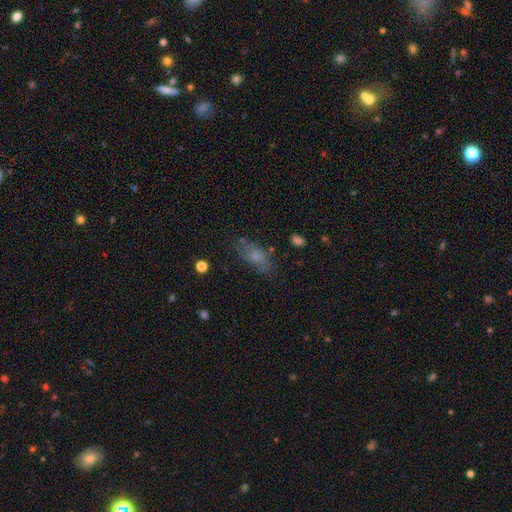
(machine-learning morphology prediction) Smooth or featured? Predicted: smooth (p=0.64). How rounded? Predicted: in between (p=0.79). Merging? Predicted: none (p=0.65).